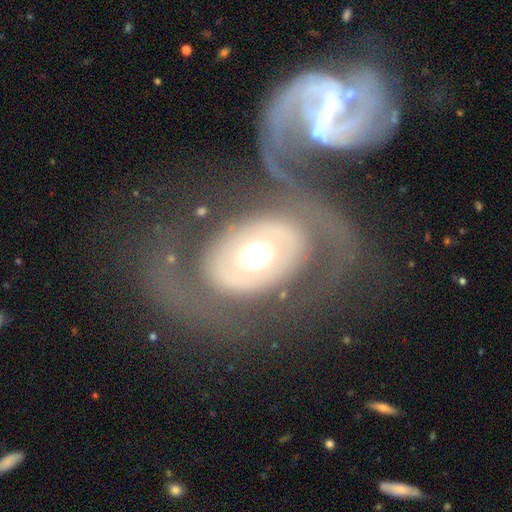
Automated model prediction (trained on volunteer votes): Smooth or featured?
  - featured or disk: 67% *
  - smooth: 27%
  - star or artifact: 7%
Edge-on disk?
  - no: 93% *
  - yes: 7%
Bar?
  - no: 86% *
  - weak: 9%
  - strong: 6%
Spiral arms?
  - no: 66% *
  - yes: 34%
Bulge size?
  - moderate: 46% *
  - large: 39%
  - dominant: 10%
  - small: 4%
  - none: 1%
Merging?
  - none: 70% *
  - major disturbance: 15%
  - minor disturbance: 11%
  - merger: 4%